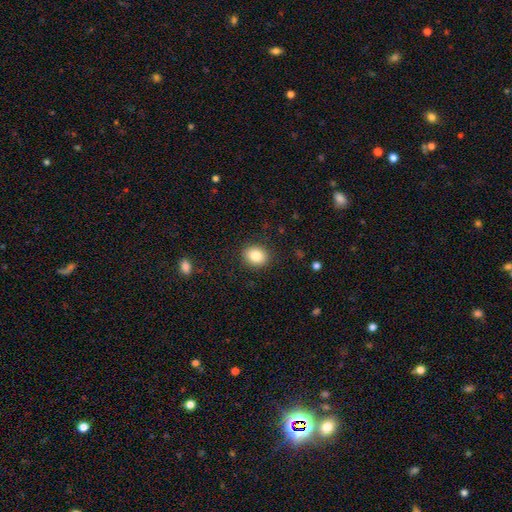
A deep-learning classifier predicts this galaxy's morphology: Smooth or featured?
  - smooth: 84% *
  - star or artifact: 9%
  - featured or disk: 7%
How rounded?
  - round: 54% *
  - in between: 45%
  - cigar-shaped: 1%
Merging?
  - none: 89% *
  - minor disturbance: 8%
  - major disturbance: 2%
  - merger: 1%